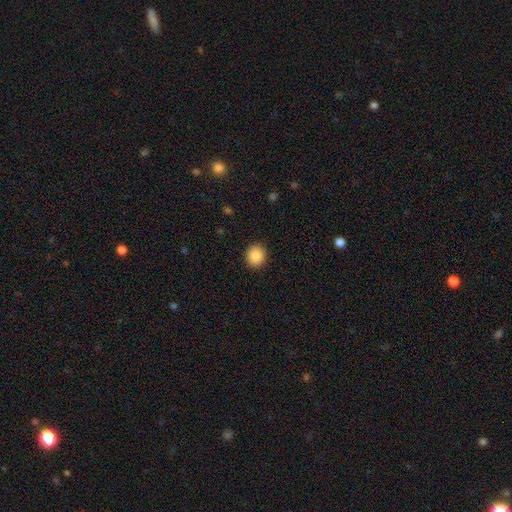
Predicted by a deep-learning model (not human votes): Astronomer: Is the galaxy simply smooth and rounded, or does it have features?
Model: smooth — 88%.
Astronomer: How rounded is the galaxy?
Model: round — 80%.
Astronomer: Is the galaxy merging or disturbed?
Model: none — 91%.